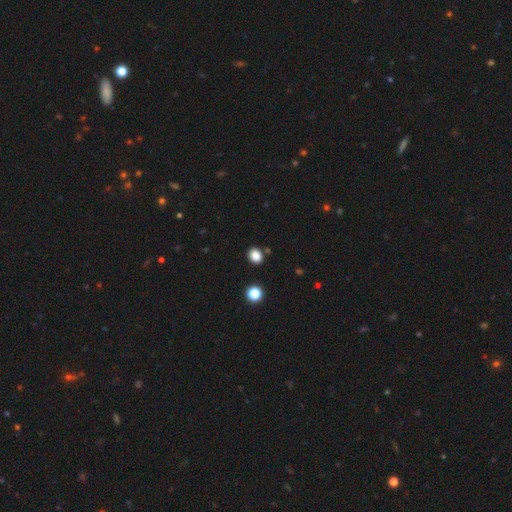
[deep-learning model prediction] Overall: smooth (85%). How rounded: round (55%; in between 44%). Merging: none (85%).